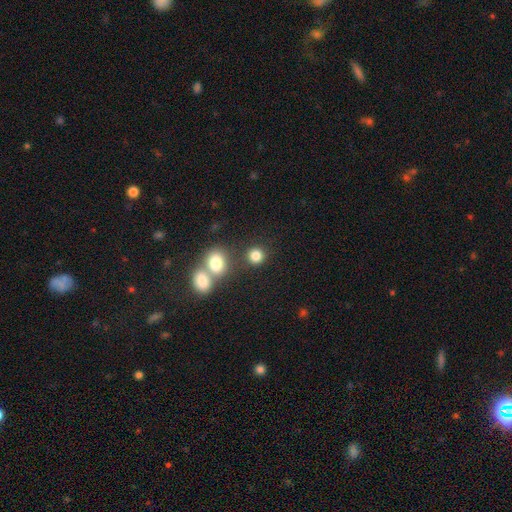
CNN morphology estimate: type=smooth (81%); roundness=round (84%); merging=none (68%).